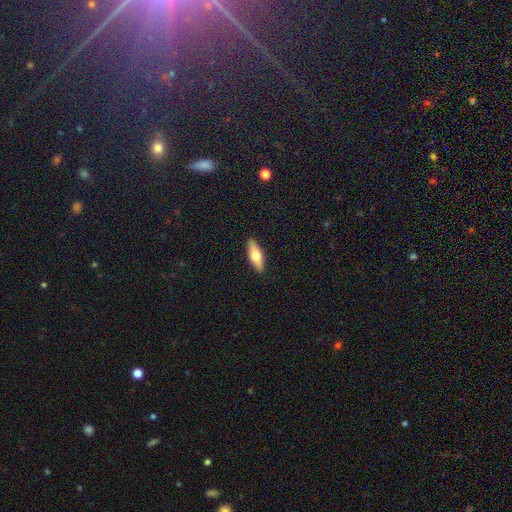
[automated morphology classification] Smooth or featured: smooth — 60% (featured or disk — 34%)
How rounded: in between — 60% (cigar-shaped — 37%)
Merging: none — 90% (minor disturbance — 7%)